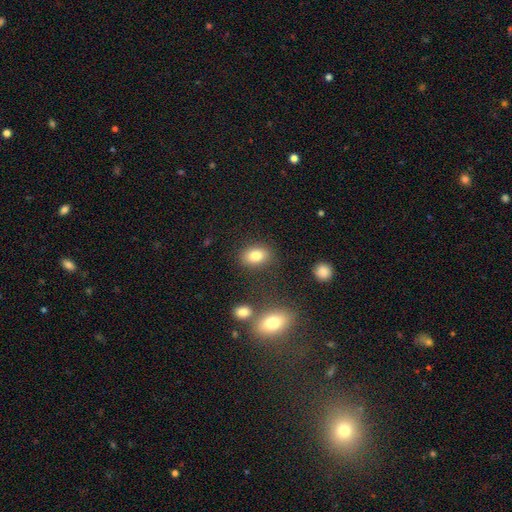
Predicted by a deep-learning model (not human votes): This appears to be a smooth galaxy with no disk features (81%) that is in between round and cigar-shaped (74%). Merging: none (82%).